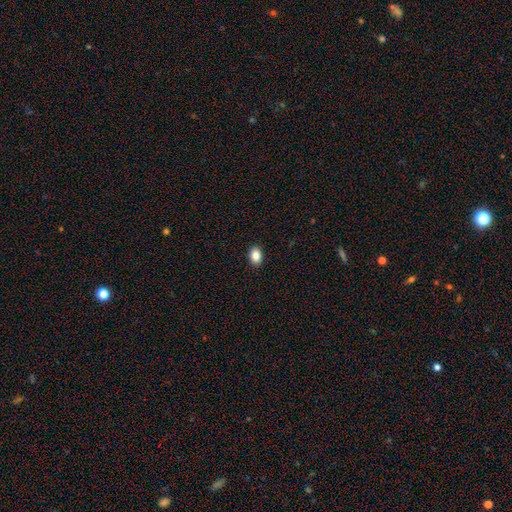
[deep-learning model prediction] Smooth or featured? smooth (86%)
How rounded? in between (76%)
Merging? none (91%)